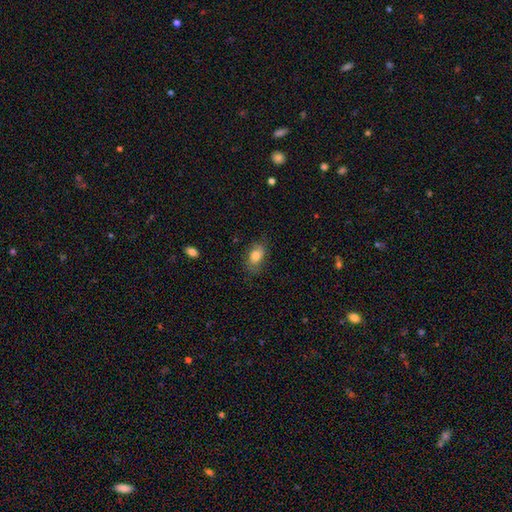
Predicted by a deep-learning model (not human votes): Smooth or featured?
  - smooth: 80% *
  - featured or disk: 12%
  - star or artifact: 8%
How rounded?
  - in between: 86% *
  - round: 11%
  - cigar-shaped: 3%
Merging?
  - none: 74% *
  - minor disturbance: 19%
  - major disturbance: 5%
  - merger: 1%